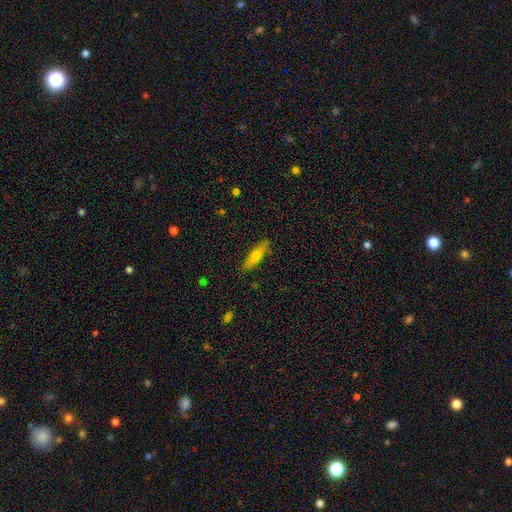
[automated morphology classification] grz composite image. It shows a smooth galaxy with no disk features (59%) that is cigar-shaped (70%). Merging: none (87%).